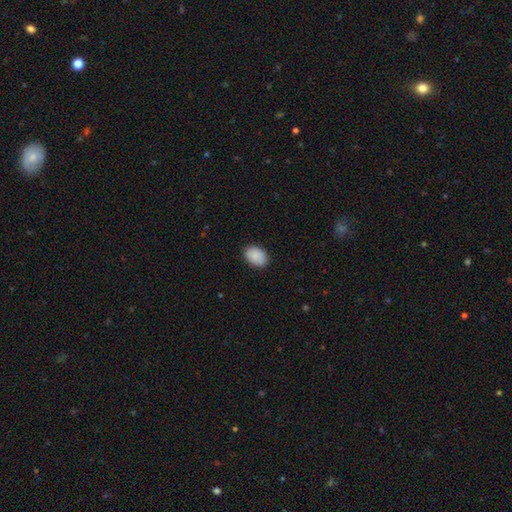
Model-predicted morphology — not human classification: Q: Smooth or featured?
A: smooth (89%); runner-up: star or artifact (7%)
Q: How rounded?
A: in between (80%); runner-up: round (19%)
Q: Merging?
A: none (86%); runner-up: minor disturbance (10%)